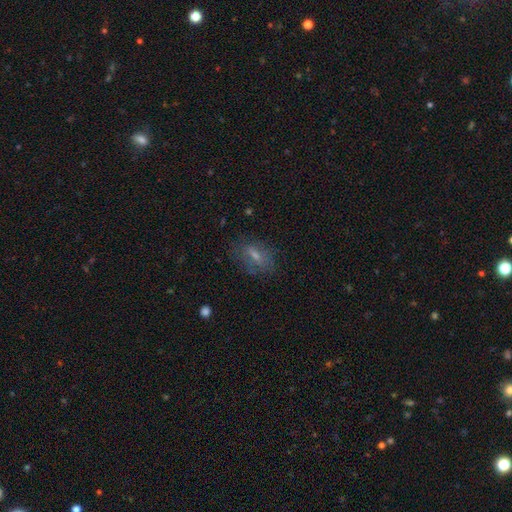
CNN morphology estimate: A smooth galaxy with no disk features (54%) that is in between round and cigar-shaped (70%). Merging: none (69%).